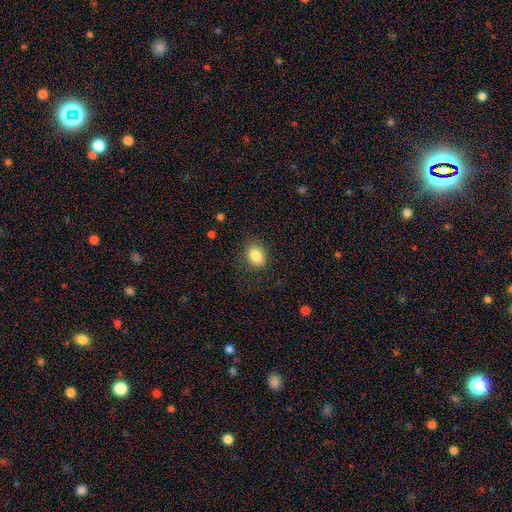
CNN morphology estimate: smooth-or-featured: smooth: 84% | star or artifact: 9% | featured or disk: 6%
  how-rounded: in between: 60% | round: 39% | cigar-shaped: 1%
  merging: none: 83% | minor disturbance: 12% | major disturbance: 4% | merger: 1%